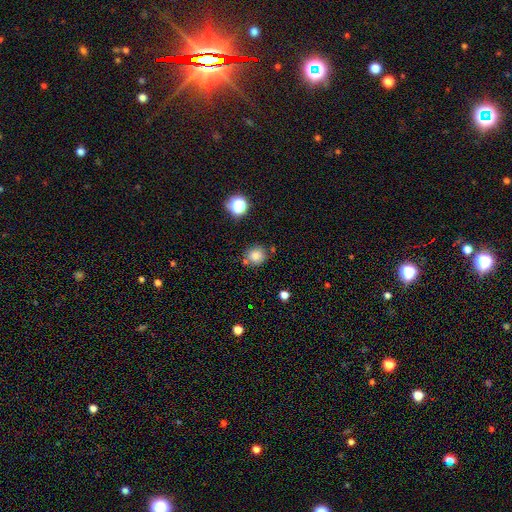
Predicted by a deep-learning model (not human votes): Smooth or featured: smooth — 82% (star or artifact — 12%)
How rounded: round — 88% (in between — 11%)
Merging: none — 76% (minor disturbance — 13%)